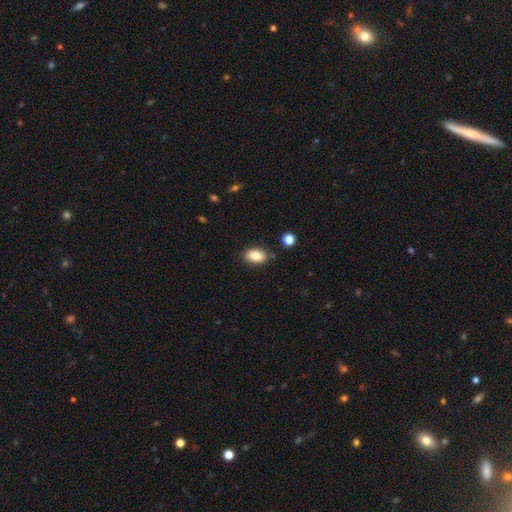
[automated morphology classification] smooth-or-featured: smooth: 86% | star or artifact: 8% | featured or disk: 6%
  how-rounded: in between: 87% | round: 11% | cigar-shaped: 1%
  merging: none: 83% | minor disturbance: 12% | major disturbance: 3% | merger: 3%